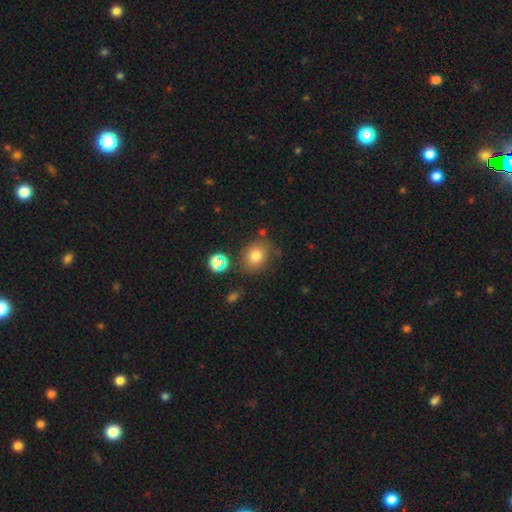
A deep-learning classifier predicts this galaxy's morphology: smooth 76%, star or artifact 15%, featured or disk 10%. Down the decision tree: how rounded — round (59%); merging — none (73%).